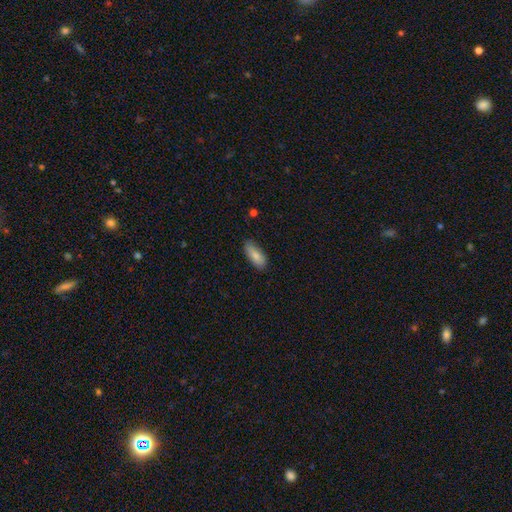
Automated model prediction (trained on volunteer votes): Q: Smooth or featured?
A: smooth (82%); runner-up: featured or disk (12%)
Q: How rounded?
A: in between (80%); runner-up: cigar-shaped (18%)
Q: Merging?
A: none (79%); runner-up: minor disturbance (17%)